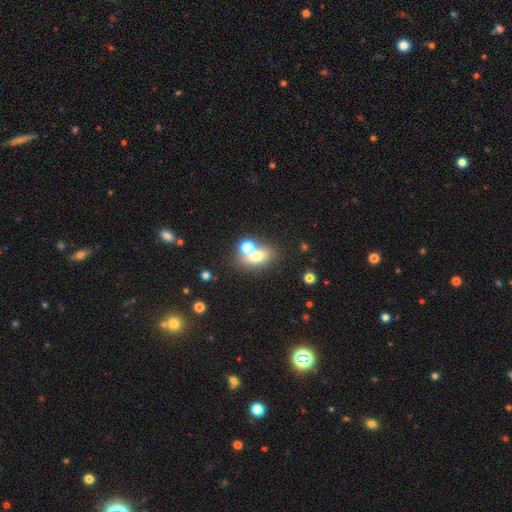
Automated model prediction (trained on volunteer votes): This appears to be a smooth galaxy with no disk features (67%) that is in between round and cigar-shaped (64%). Merging: merger (44%).